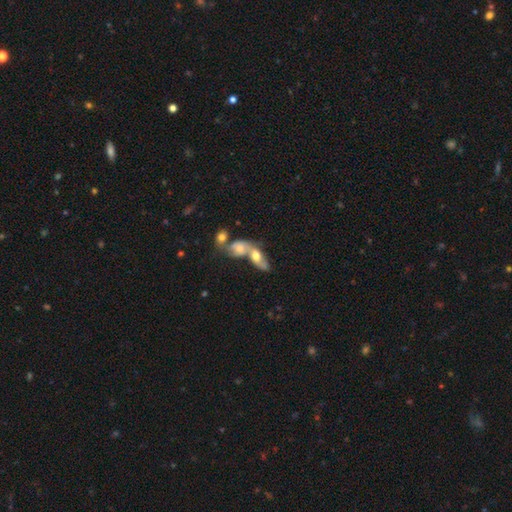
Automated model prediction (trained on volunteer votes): Smooth or featured?
  - smooth: 53% *
  - featured or disk: 38%
  - star or artifact: 9%
How rounded?
  - in between: 78% *
  - round: 14%
  - cigar-shaped: 8%
Merging?
  - merger: 75% *
  - none: 13%
  - minor disturbance: 6%
  - major disturbance: 5%